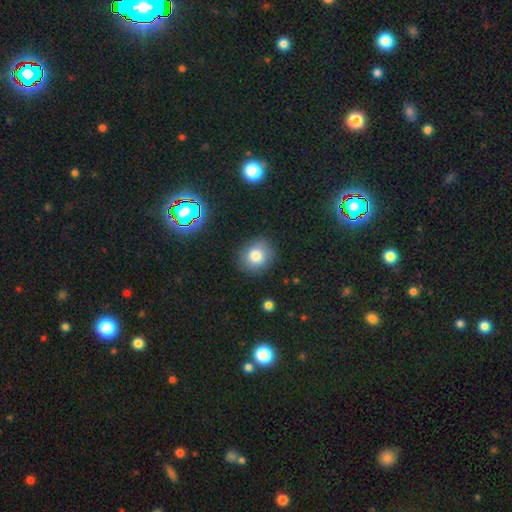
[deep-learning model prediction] A smooth galaxy with no disk features (79%) that is round (81%).

Vote fractions:
- Smooth or featured? smooth: 79% / star or artifact: 13% / featured or disk: 9%
- How rounded? round: 81% / in between: 18% / cigar-shaped: 1%
- Merging? none: 86% / minor disturbance: 10% / major disturbance: 3% / merger: 2%